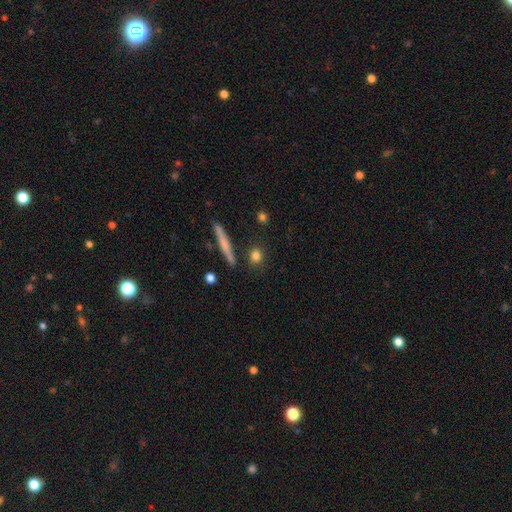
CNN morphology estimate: type=smooth (80%); roundness=round (68%); merging=none (82%).